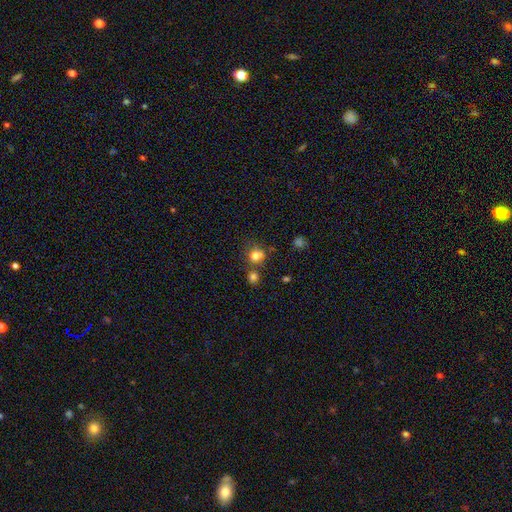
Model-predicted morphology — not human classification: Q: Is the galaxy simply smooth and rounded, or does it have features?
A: smooth — 77%.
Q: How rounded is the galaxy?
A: round — 78%.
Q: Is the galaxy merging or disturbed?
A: none — 55%.